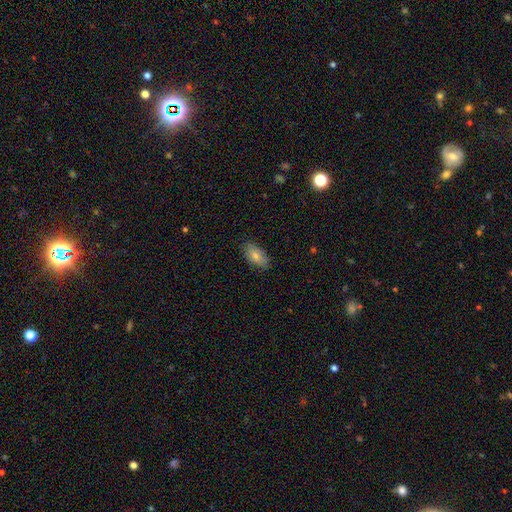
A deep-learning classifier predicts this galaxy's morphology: Smooth or featured? Predicted: smooth (p=0.81). How rounded? Predicted: in between (p=0.92). Merging? Predicted: none (p=0.84).